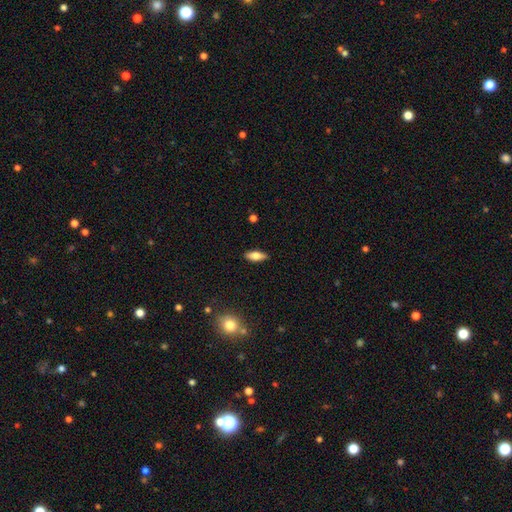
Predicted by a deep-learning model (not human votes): A smooth galaxy with no disk features (71%) that is in between round and cigar-shaped (74%).

Vote fractions:
- Smooth or featured? smooth: 71% / featured or disk: 22% / star or artifact: 7%
- How rounded? in between: 74% / cigar-shaped: 23% / round: 3%
- Merging? none: 88% / minor disturbance: 9% / major disturbance: 2% / merger: 1%